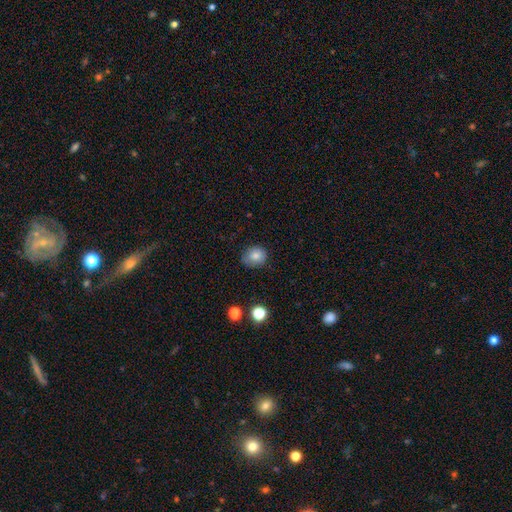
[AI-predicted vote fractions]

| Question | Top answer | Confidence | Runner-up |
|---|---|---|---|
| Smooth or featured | smooth | 81% | star or artifact (10%) |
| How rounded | round | 74% | in between (25%) |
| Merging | none | 74% | minor disturbance (20%) |